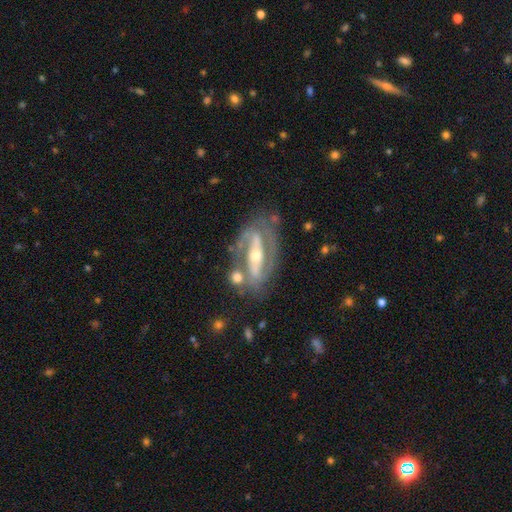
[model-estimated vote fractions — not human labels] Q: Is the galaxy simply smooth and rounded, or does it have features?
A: featured or disk — 84%.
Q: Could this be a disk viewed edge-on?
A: no — 87%.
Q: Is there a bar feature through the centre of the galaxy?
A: strong — 62%.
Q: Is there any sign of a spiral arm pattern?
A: yes — 75%.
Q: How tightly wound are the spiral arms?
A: tight — 45%.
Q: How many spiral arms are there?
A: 2 — 80%.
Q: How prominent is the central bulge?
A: moderate — 56%.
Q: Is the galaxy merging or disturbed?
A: none — 69%.